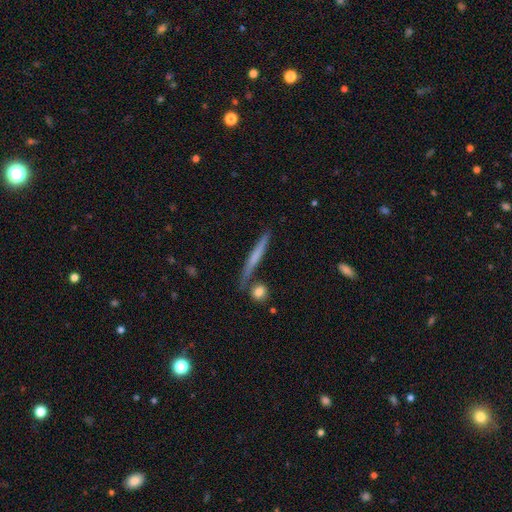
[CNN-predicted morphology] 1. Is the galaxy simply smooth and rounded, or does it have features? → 49% smooth, 45% featured or disk, 6% star or artifact.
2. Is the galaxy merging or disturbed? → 80% none, 12% minor disturbance, 6% merger, 3% major disturbance.